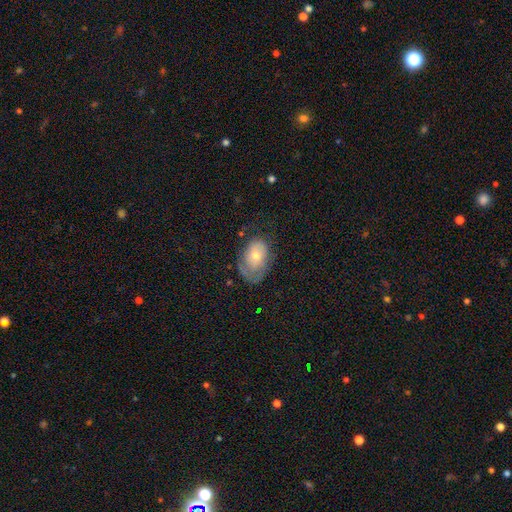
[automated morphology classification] Smooth or featured: smooth — 56% (featured or disk — 36%)
How rounded: in between — 84% (round — 14%)
Merging: none — 46% (minor disturbance — 30%)